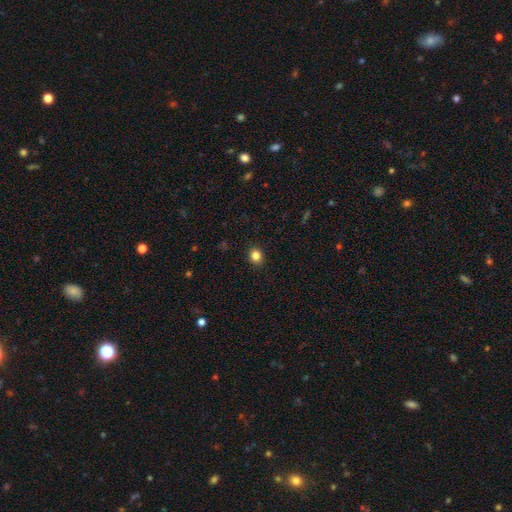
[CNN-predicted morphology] Q: Smooth or featured?
A: smooth (84%); runner-up: star or artifact (12%)
Q: How rounded?
A: round (79%); runner-up: in between (21%)
Q: Merging?
A: none (92%); runner-up: minor disturbance (6%)